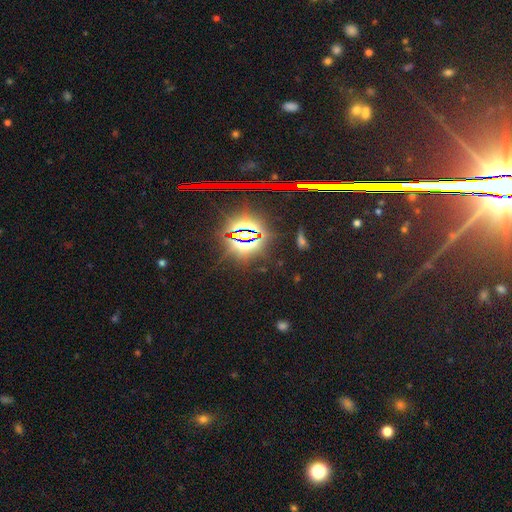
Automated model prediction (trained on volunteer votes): This appears to be a star or artifact, not a galaxy (83%).